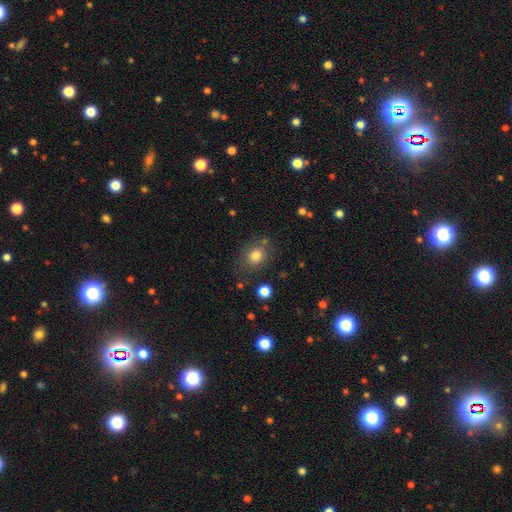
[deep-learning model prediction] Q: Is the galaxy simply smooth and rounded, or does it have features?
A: smooth — 81%.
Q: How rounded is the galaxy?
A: round — 68%.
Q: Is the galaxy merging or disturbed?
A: none — 78%.